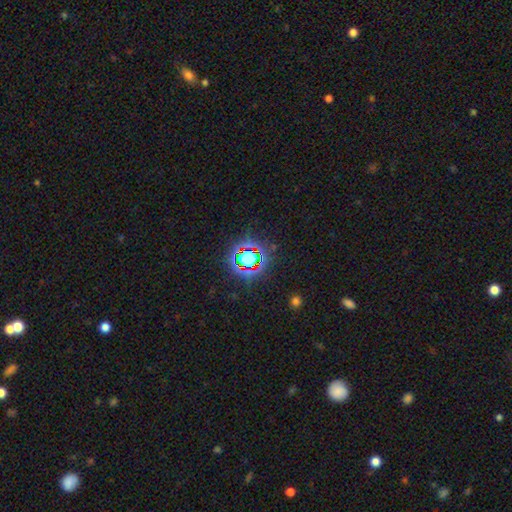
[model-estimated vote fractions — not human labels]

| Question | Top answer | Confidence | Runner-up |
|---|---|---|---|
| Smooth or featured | star or artifact | 74% | smooth (16%) |